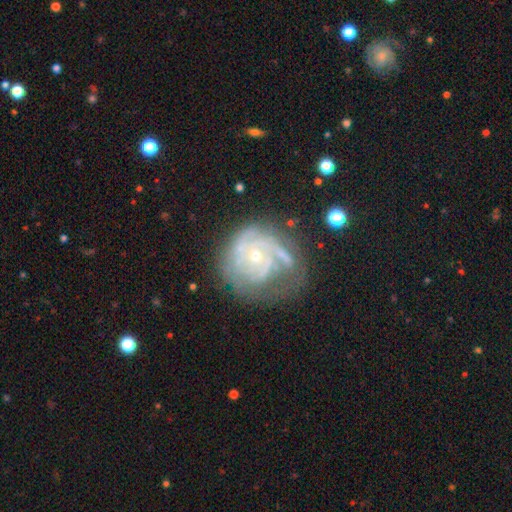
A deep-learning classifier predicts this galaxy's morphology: smooth_or_featured: featured or disk (p=0.80) [alt: smooth p=0.12]
disk_edge_on: no (p=0.97) [alt: yes p=0.03]
bar: no (p=0.79) [alt: weak p=0.17]
has_spiral_arms: yes (p=0.87) [alt: no p=0.13]
spiral_winding: tight (p=0.62) [alt: medium p=0.28]
spiral_arm_count: can't tell (p=0.38) [alt: 3 p=0.22]
bulge_size: small (p=0.67) [alt: moderate p=0.29]
merging: none (p=0.47) [alt: minor disturbance p=0.25]